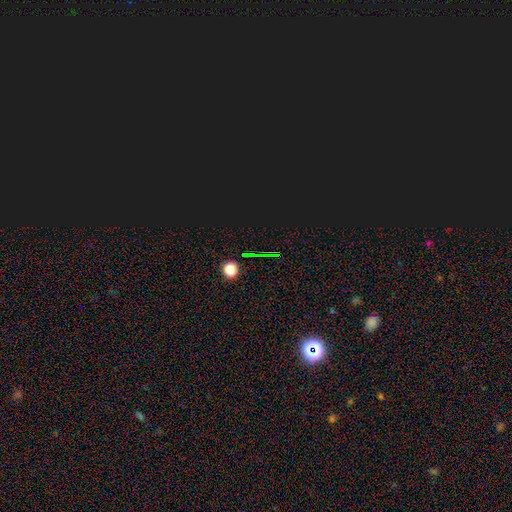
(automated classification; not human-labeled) This is likely a star or artifact rather than a galaxy (76%).